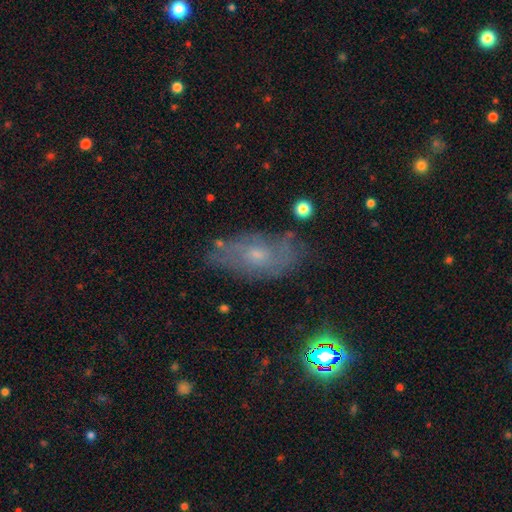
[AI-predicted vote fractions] Smooth or featured: featured or disk — 51% (smooth — 36%)
Edge-on disk: no — 89% (yes — 11%)
Merging: none — 68% (minor disturbance — 22%)